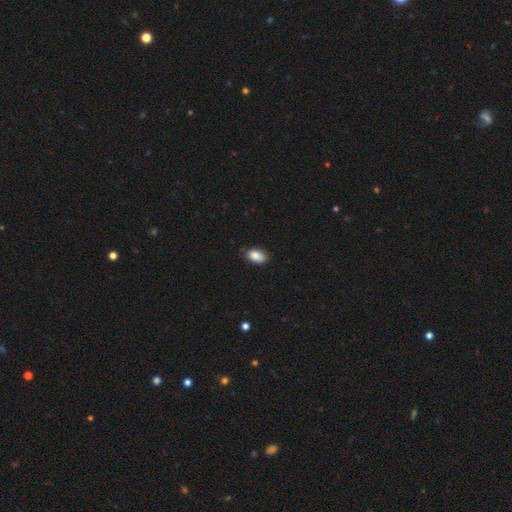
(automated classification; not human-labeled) This appears to be a smooth galaxy with no disk features (87%) that is in between round and cigar-shaped (91%). Merging: none (72%).